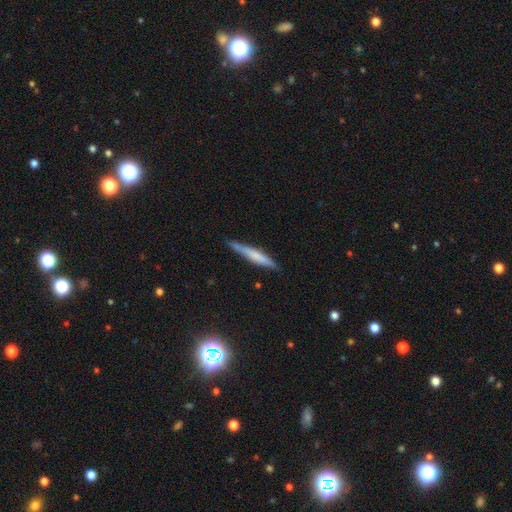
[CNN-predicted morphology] The model was most divided on "smooth or featured": smooth: 53%, featured or disk: 41%, star or artifact: 6%. More confident: how rounded — cigar-shaped (94%); merging — none (79%).